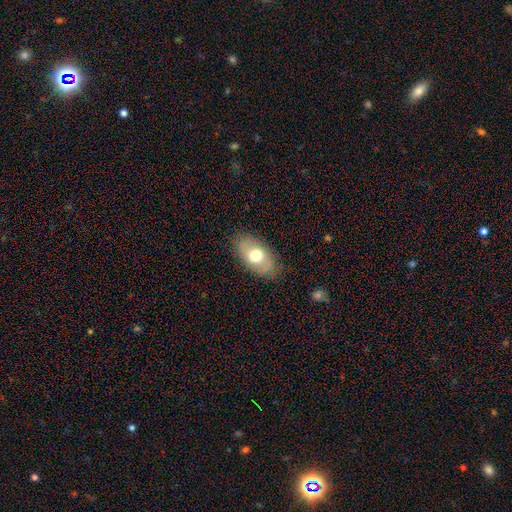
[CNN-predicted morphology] The model was most divided on "smooth or featured": smooth: 63%, featured or disk: 30%, star or artifact: 7%. More confident: how rounded — in between (91%); merging — none (81%).